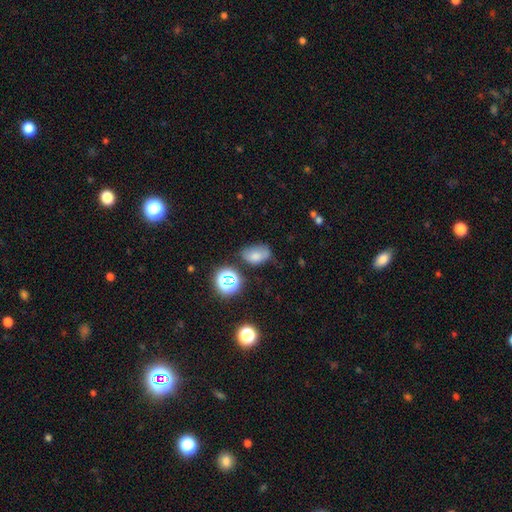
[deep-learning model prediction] A smooth galaxy with no disk features (71%) that is in between round and cigar-shaped (84%). Merging: none (56%).